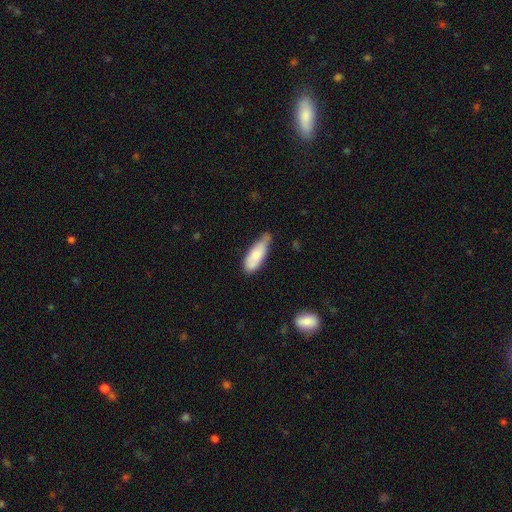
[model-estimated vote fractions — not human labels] Smooth or featured: smooth — 74% (featured or disk — 20%)
How rounded: in between — 62% (cigar-shaped — 36%)
Merging: minor disturbance — 43% (tied with none — 43%)